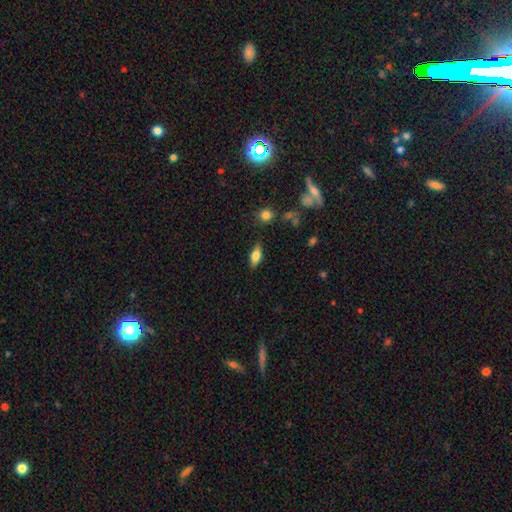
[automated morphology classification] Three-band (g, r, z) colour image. It shows a smooth galaxy with no disk features (68%) that is in between round and cigar-shaped (78%). Merging: none (82%).